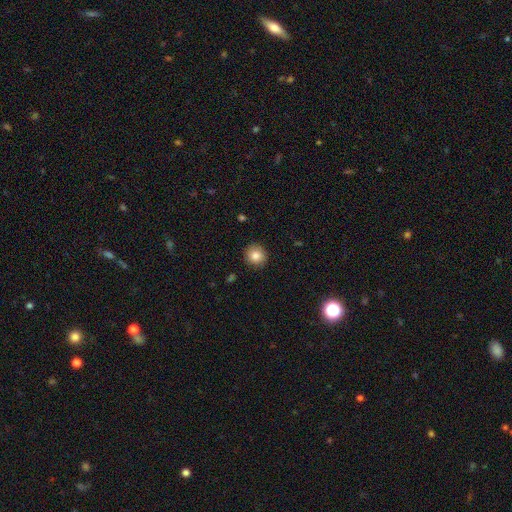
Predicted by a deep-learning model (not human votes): Smooth or featured?
  - smooth: 84% *
  - star or artifact: 9%
  - featured or disk: 7%
How rounded?
  - round: 92% *
  - in between: 7%
  - cigar-shaped: 1%
Merging?
  - none: 90% *
  - minor disturbance: 7%
  - major disturbance: 2%
  - merger: 1%